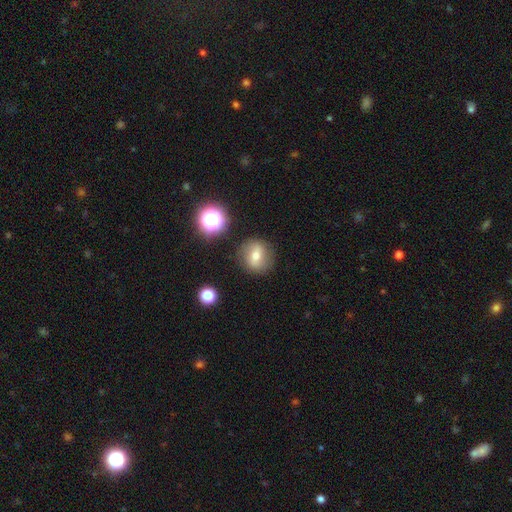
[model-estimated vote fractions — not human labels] Overall: smooth (56%; featured or disk 31%). How rounded: round (82%). Merging: none (83%).